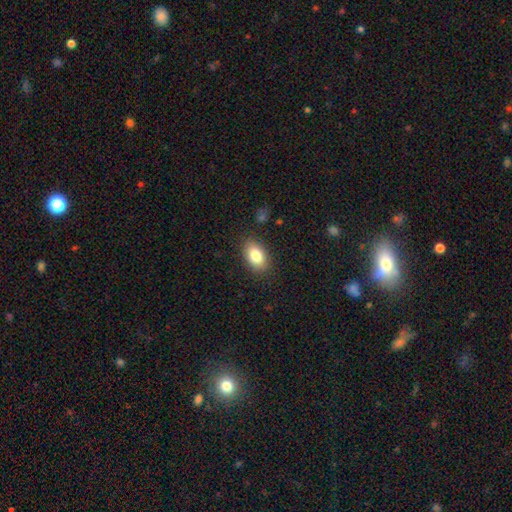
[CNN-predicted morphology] Q: Smooth or featured?
A: smooth (82%); runner-up: featured or disk (10%)
Q: How rounded?
A: in between (88%); runner-up: round (11%)
Q: Merging?
A: none (85%); runner-up: minor disturbance (11%)